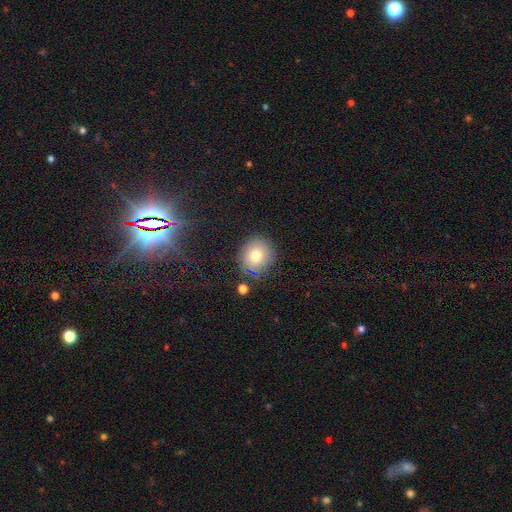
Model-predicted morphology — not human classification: Smooth or featured? smooth (77%)
How rounded? round (79%)
Merging? none (82%)